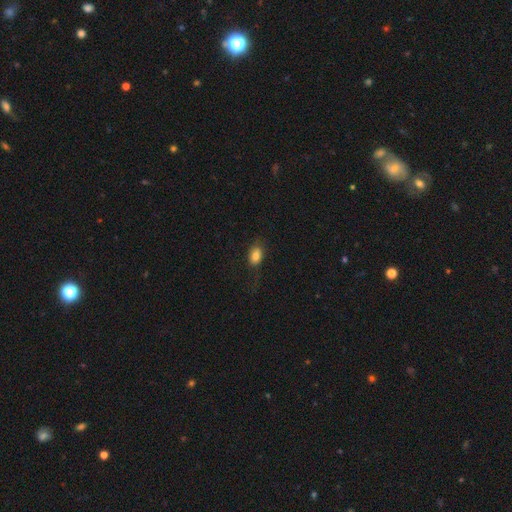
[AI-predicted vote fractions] Morphology: type=smooth (83%); roundness=in between (85%); merging=none (67%).